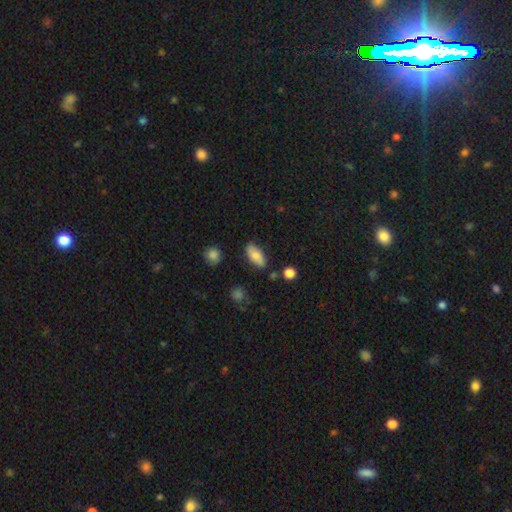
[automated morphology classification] Smooth or featured: smooth — 81% (featured or disk — 11%)
How rounded: in between — 88% (cigar-shaped — 9%)
Merging: none — 80% (minor disturbance — 14%)